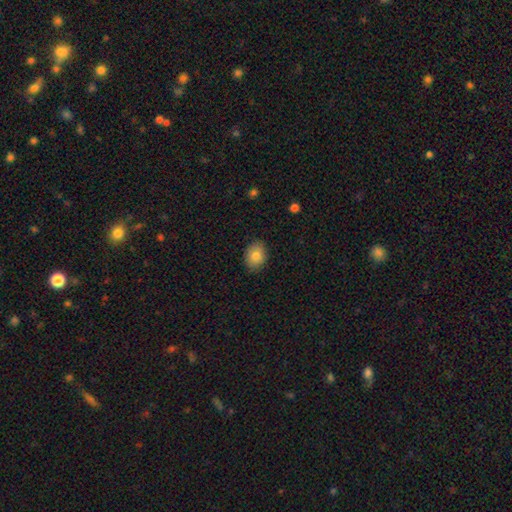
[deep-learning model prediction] smooth-or-featured: smooth: 83% | featured or disk: 9% | star or artifact: 8%
  how-rounded: in between: 63% | round: 36% | cigar-shaped: 1%
  merging: none: 85% | minor disturbance: 11% | major disturbance: 2% | merger: 1%